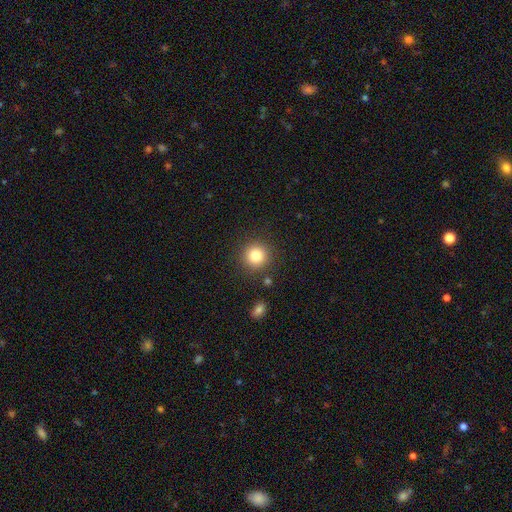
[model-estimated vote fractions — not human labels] This appears to be a smooth galaxy with no disk features (81%) that is round (94%). Merging: none (87%).